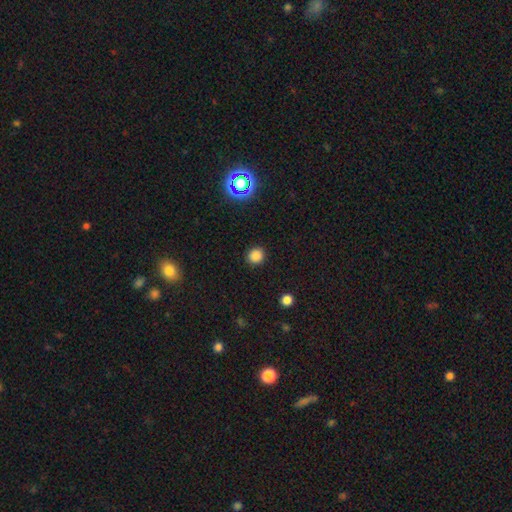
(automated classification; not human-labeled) smooth-or-featured: smooth: 82% | star or artifact: 14% | featured or disk: 4%
  how-rounded: round: 90% | in between: 9% | cigar-shaped: 1%
  merging: none: 91% | minor disturbance: 6% | major disturbance: 2% | merger: 1%